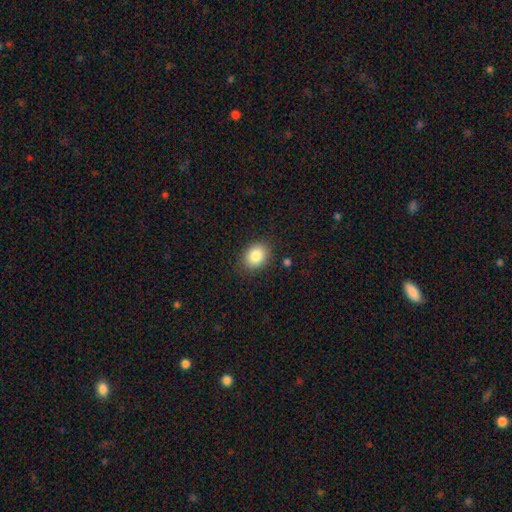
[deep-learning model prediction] Overall: smooth (85%). How rounded: in between (54%; round 45%). Merging: none (86%).